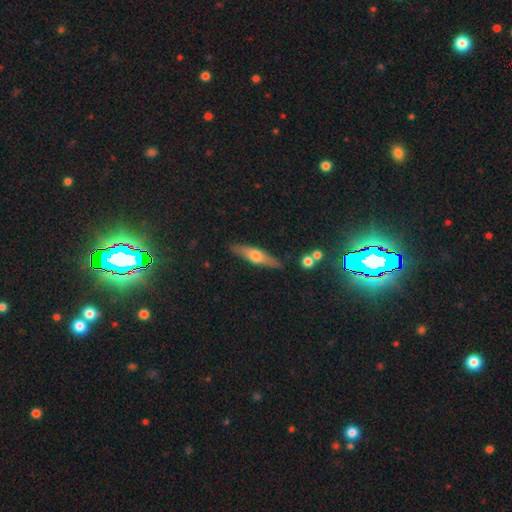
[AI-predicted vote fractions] Smooth or featured? Predicted: featured or disk (p=0.57). Edge-on disk? Predicted: yes (p=0.92). Edge-on bulge? Predicted: rounded (p=0.92). Merging? Predicted: none (p=0.87).